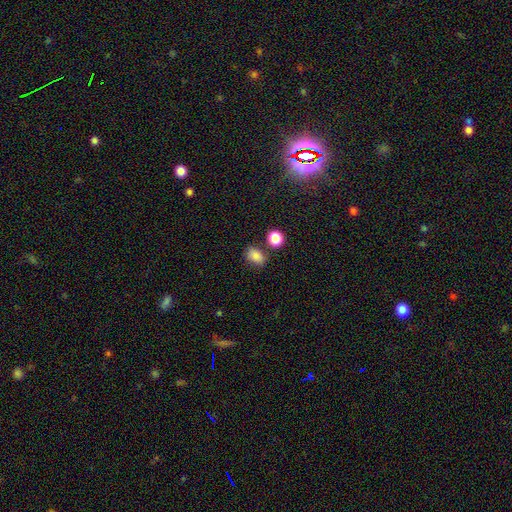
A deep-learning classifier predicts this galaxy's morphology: Smooth or featured? smooth (83%)
How rounded? in between (71%)
Merging? none (73%)